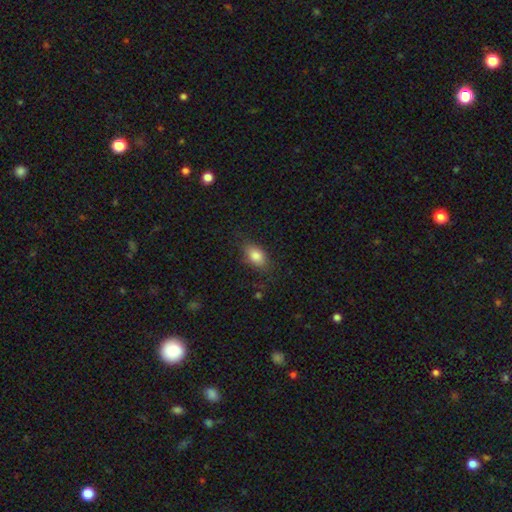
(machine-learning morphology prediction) This is clearly a smooth galaxy (83%). How rounded: clearly in between (86%). Merging: likely none (78%).